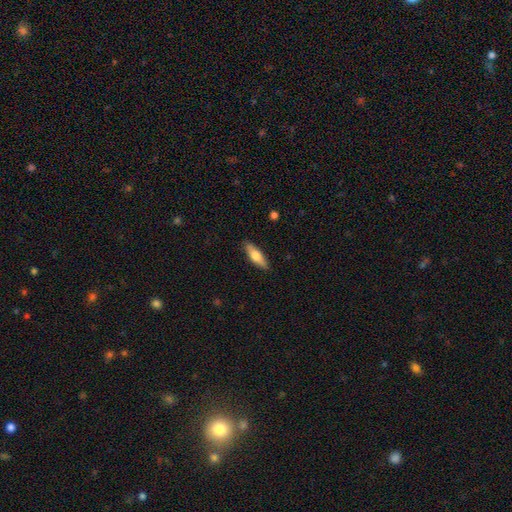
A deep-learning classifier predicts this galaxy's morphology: This is likely a smooth galaxy (62%). How rounded: possibly cigar-shaped (50%). Merging: clearly none (88%).